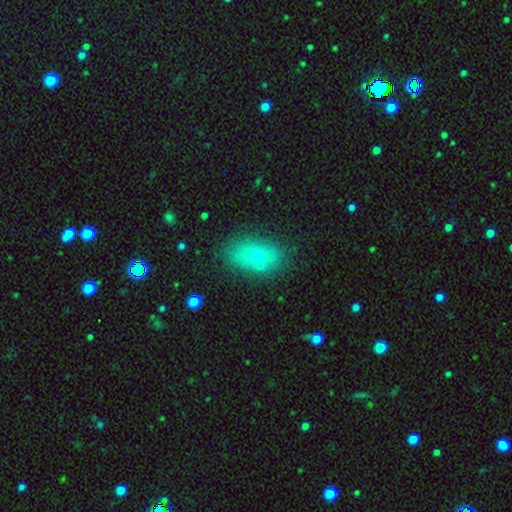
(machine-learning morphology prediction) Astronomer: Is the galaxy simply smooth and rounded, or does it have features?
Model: smooth — 65%.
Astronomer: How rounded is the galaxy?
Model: in between — 83%.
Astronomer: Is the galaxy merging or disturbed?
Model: none — 73%.